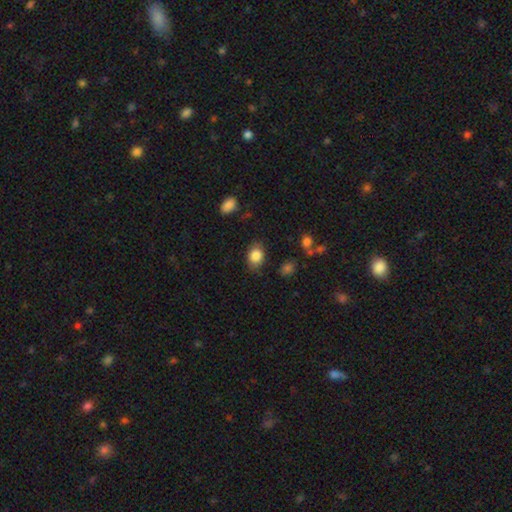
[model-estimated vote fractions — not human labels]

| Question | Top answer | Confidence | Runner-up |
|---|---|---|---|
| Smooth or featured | smooth | 85% | star or artifact (9%) |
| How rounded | in between | 65% | round (34%) |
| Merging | none | 78% | minor disturbance (16%) |